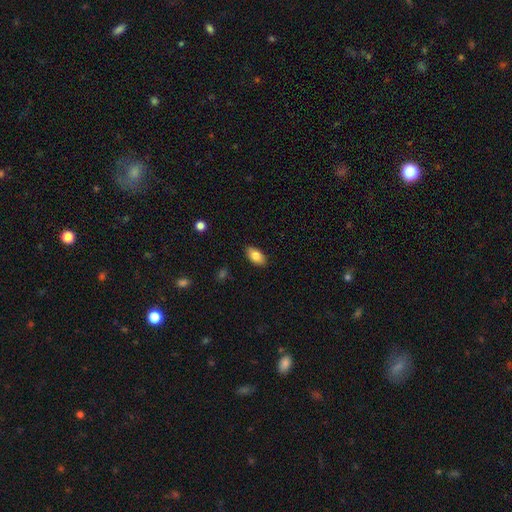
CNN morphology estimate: Smooth or featured?
  - smooth: 83% *
  - featured or disk: 10%
  - star or artifact: 7%
How rounded?
  - in between: 92% *
  - cigar-shaped: 4%
  - round: 4%
Merging?
  - none: 87% *
  - minor disturbance: 10%
  - major disturbance: 2%
  - merger: 1%